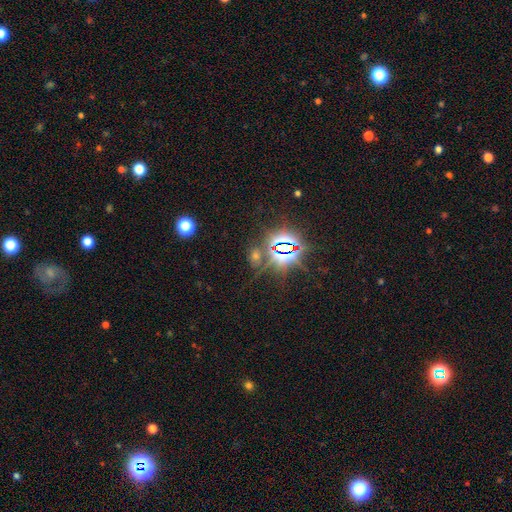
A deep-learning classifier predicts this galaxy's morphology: A star or artifact, not a galaxy (67%).

Vote fractions:
- Smooth or featured? star or artifact: 67% / smooth: 24% / featured or disk: 9%